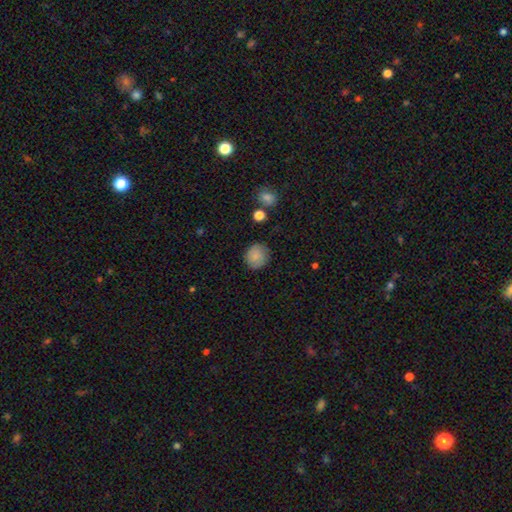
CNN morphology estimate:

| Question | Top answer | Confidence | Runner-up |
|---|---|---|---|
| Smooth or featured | smooth | 84% | star or artifact (9%) |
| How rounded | round | 85% | in between (14%) |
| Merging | none | 84% | minor disturbance (12%) |